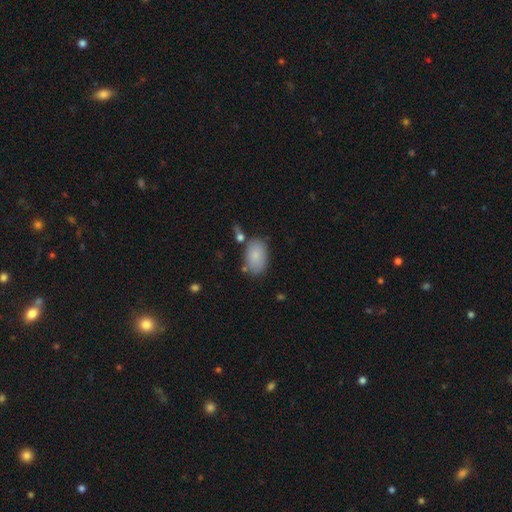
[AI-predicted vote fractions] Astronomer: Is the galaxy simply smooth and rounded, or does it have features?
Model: smooth — 83%.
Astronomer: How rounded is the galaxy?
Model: in between — 92%.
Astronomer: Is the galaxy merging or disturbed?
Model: none — 71%.